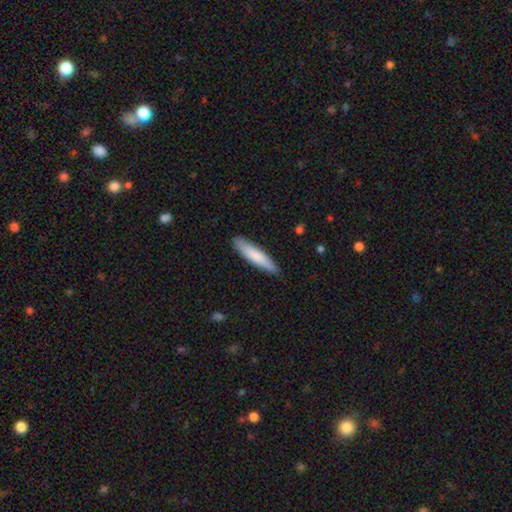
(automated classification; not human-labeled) A smooth galaxy with no disk features (80%) that is cigar-shaped (82%).

Vote fractions:
- Smooth or featured? smooth: 80% / featured or disk: 14% / star or artifact: 5%
- How rounded? cigar-shaped: 82% / in between: 17% / round: 1%
- Merging? none: 86% / minor disturbance: 11% / major disturbance: 2% / merger: 1%